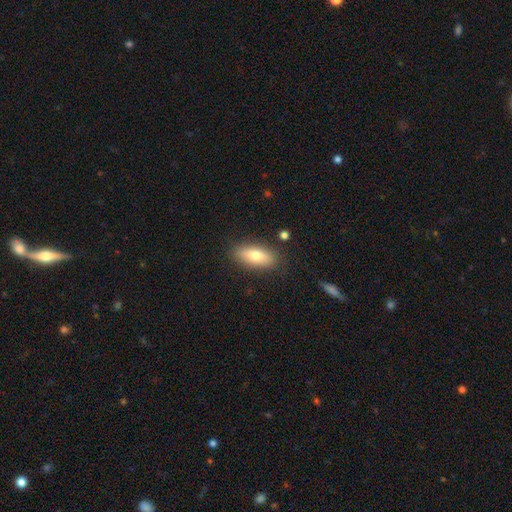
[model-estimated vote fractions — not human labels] Morphology: type=smooth (73%); roundness=in between (79%); merging=none (85%).